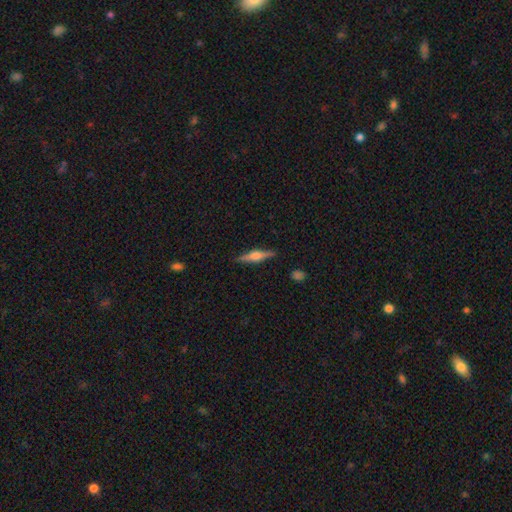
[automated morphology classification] Overall: featured or disk (63%; smooth 30%). Edge-on disk: yes (97%). Edge-on bulge: rounded (84%). Merging: none (88%).